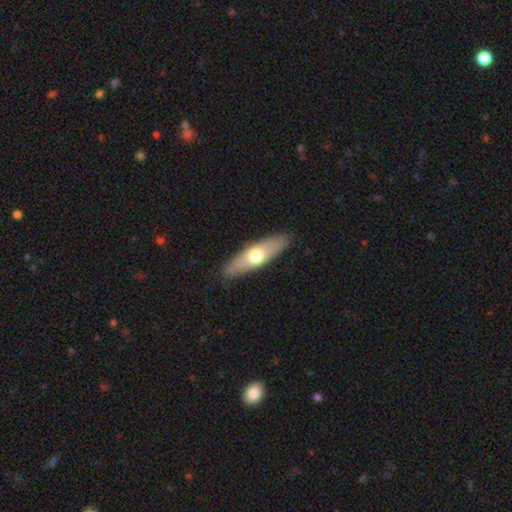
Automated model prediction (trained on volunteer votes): smooth-or-featured: smooth: 55% | featured or disk: 39% | star or artifact: 5%
  how-rounded: cigar-shaped: 54% | in between: 44% | round: 2%
  merging: none: 88% | minor disturbance: 9% | major disturbance: 2% | merger: 1%